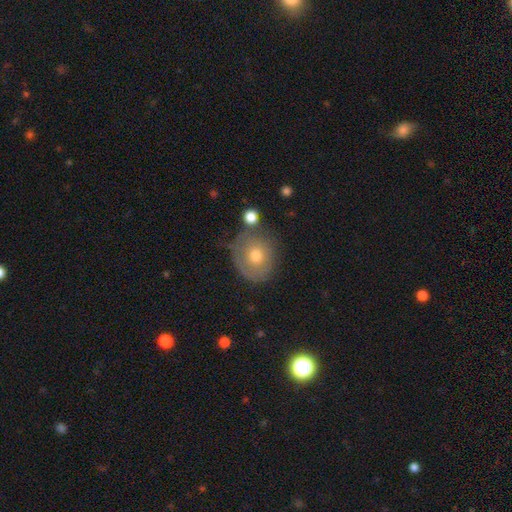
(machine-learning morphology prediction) smooth 61%, featured or disk 30%, star or artifact 9%. Down the decision tree: how rounded — round (75%); merging — none (64%).